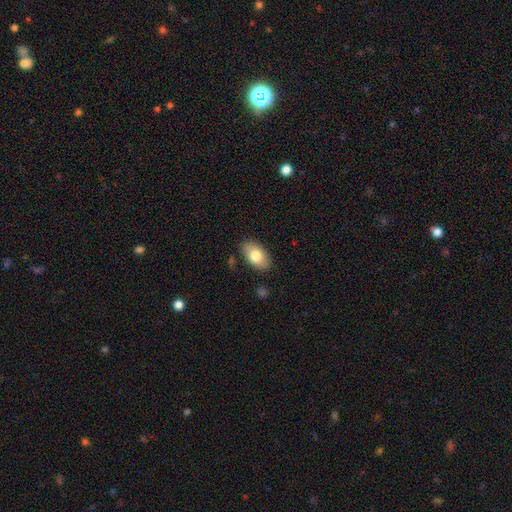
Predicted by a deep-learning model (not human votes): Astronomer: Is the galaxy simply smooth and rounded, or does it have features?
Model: smooth — 77%.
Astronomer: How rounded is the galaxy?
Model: in between — 92%.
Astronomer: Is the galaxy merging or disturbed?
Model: none — 85%.